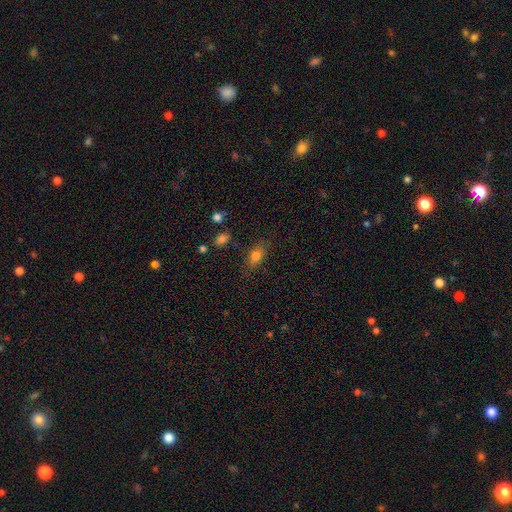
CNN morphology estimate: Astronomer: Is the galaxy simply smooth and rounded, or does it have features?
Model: smooth — 78%.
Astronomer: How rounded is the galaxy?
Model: in between — 78%.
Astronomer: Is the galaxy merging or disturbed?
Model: none — 75%.